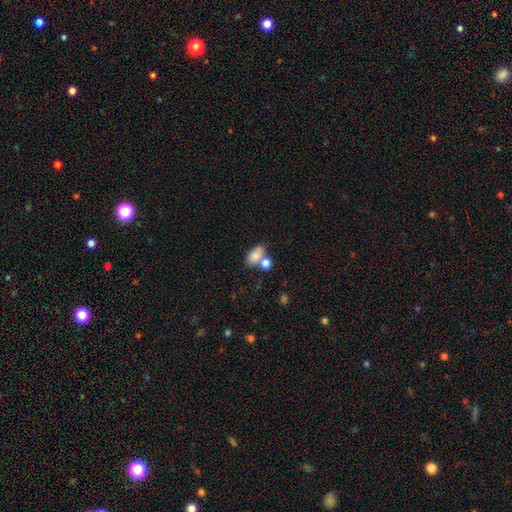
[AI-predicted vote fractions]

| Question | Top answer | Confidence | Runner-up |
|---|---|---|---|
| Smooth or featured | smooth | 81% | featured or disk (10%) |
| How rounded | in between | 87% | round (10%) |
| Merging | merger | 44% | none (38%) |